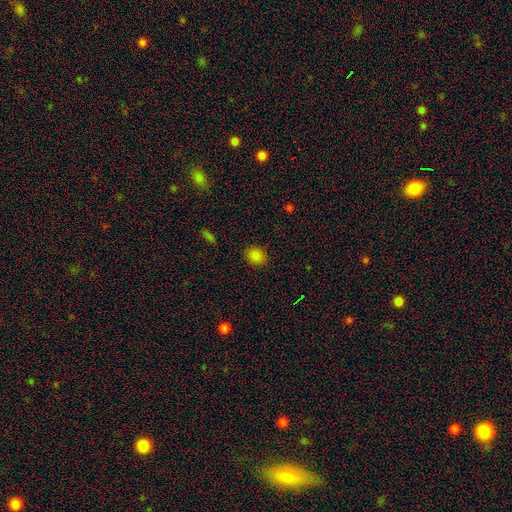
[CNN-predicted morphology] smooth-or-featured: smooth: 84% | star or artifact: 13% | featured or disk: 4%
  how-rounded: round: 57% | in between: 42% | cigar-shaped: 1%
  merging: none: 87% | minor disturbance: 9% | major disturbance: 2% | merger: 1%